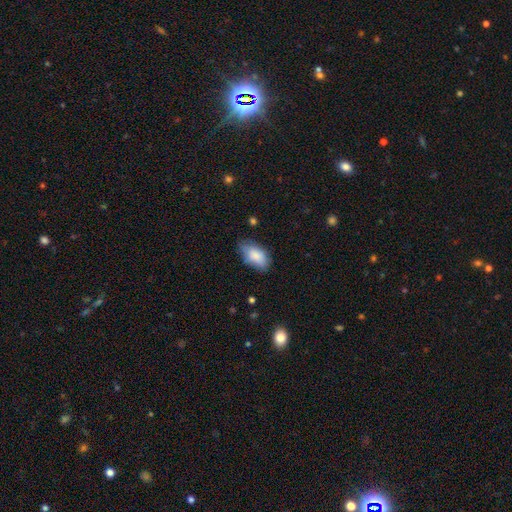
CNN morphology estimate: Smooth or featured? smooth (85%)
How rounded? in between (93%)
Merging? none (66%)